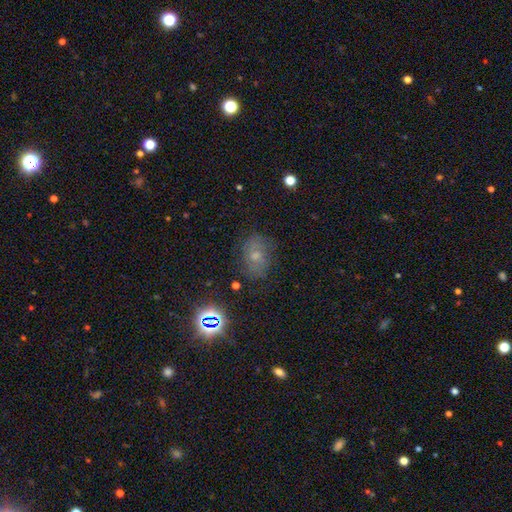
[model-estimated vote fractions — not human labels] A smooth galaxy with no disk features (38%). Merging: none (72%).